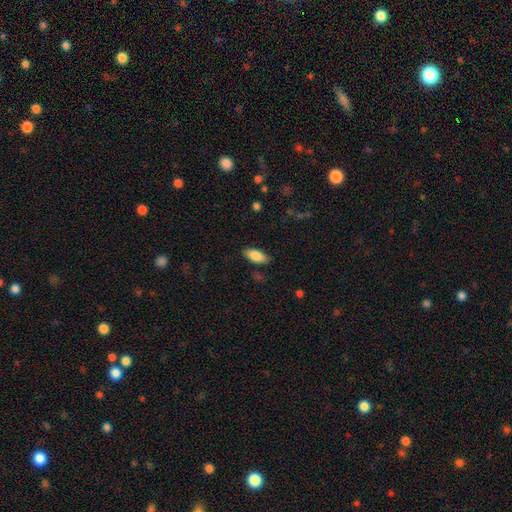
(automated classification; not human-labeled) Q: Smooth or featured?
A: smooth (86%); runner-up: featured or disk (7%)
Q: How rounded?
A: in between (85%); runner-up: cigar-shaped (13%)
Q: Merging?
A: none (85%); runner-up: minor disturbance (11%)